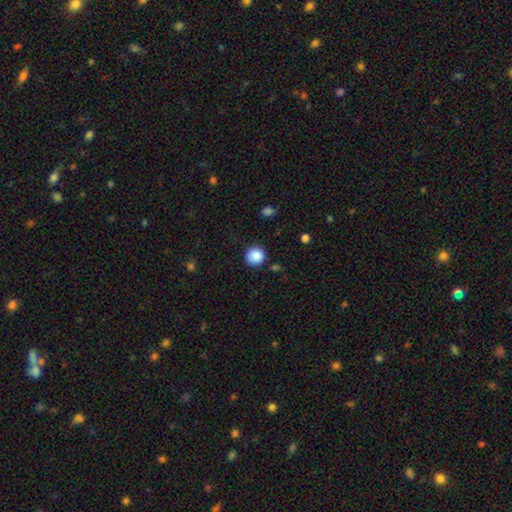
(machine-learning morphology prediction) This appears to be a smooth galaxy with no disk features (87%) that is round (92%). Merging: none (87%).